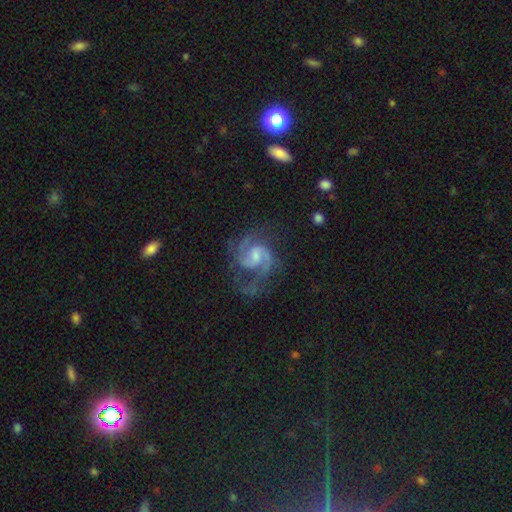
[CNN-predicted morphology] smooth-or-featured: featured or disk: 89% | star or artifact: 5% | smooth: 5%
  disk-edge-on: no: 98% | yes: 2%
    bar: weak: 50% | no: 39% | strong: 10%
    has-spiral-arms: yes: 98% | no: 2%
      spiral-winding: medium: 58% | tight: 24% | loose: 18%
      spiral-arm-count: 2: 80% | 3: 8% | can't tell: 5% | 1: 3% | 4: 2% | more than 4: 2%
    bulge-size: small: 47% | moderate: 37% | none: 11% | large: 4% | dominant: 1%
  merging: none: 62% | minor disturbance: 18% | major disturbance: 17% | merger: 2%